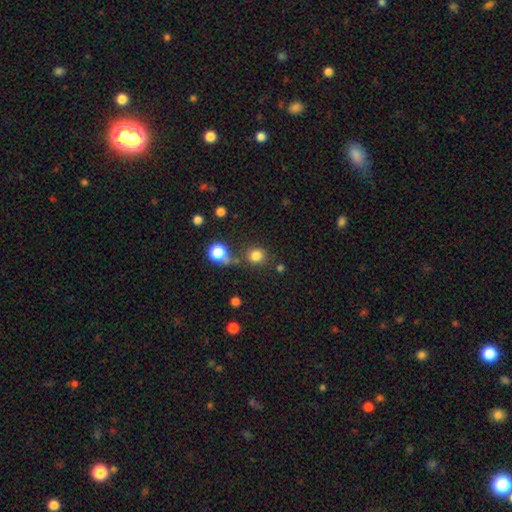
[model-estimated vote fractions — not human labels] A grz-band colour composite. It shows a smooth galaxy with no disk features (81%) that is round (86%). Merging: none (73%).